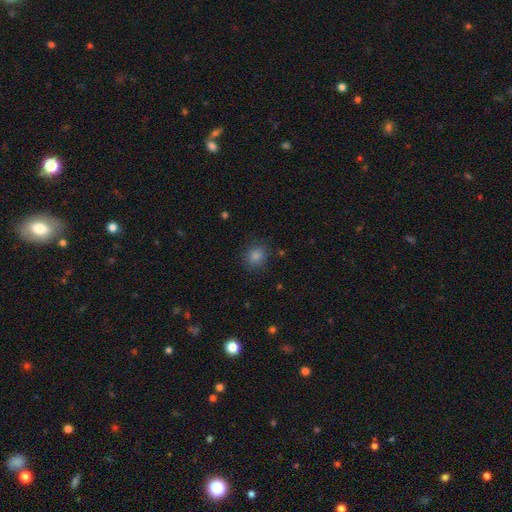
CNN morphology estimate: A smooth galaxy with no disk features (79%) that is round (80%). Merging: none (87%).